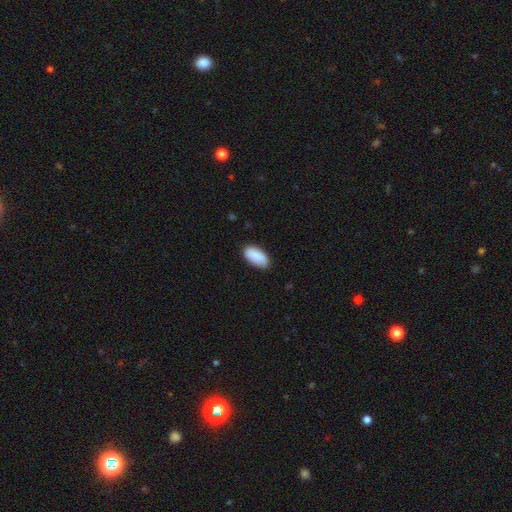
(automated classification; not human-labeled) Smooth or featured? Predicted: smooth (p=0.89). How rounded? Predicted: in between (p=0.94). Merging? Predicted: none (p=0.81).